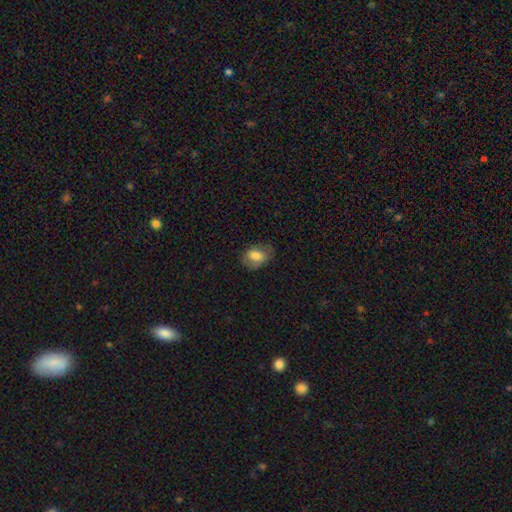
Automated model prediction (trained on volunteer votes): smooth_or_featured: smooth (p=0.77) [alt: featured or disk p=0.15]
how_rounded: in between (p=0.76) [alt: round p=0.23]
merging: none (p=0.65) [alt: minor disturbance p=0.24]